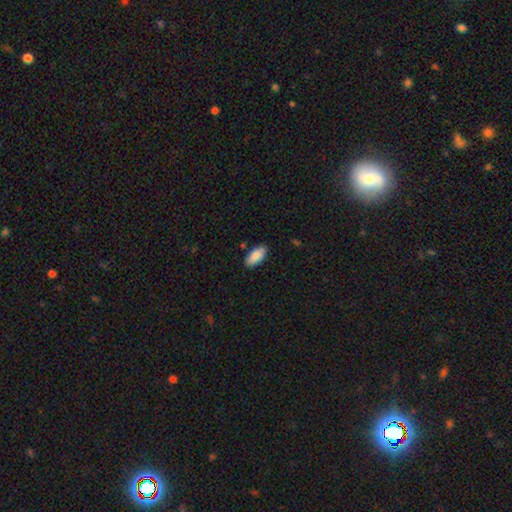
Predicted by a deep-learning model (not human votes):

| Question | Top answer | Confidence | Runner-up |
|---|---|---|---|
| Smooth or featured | smooth | 88% | star or artifact (6%) |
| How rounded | in between | 91% | cigar-shaped (7%) |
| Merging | none | 86% | minor disturbance (11%) |